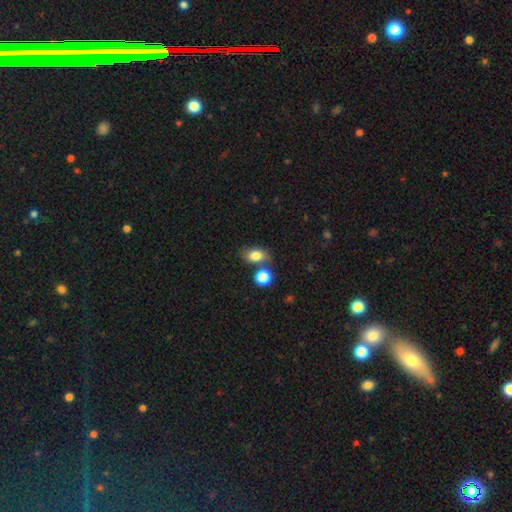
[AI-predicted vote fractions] Smooth or featured? Predicted: smooth (p=0.81). How rounded? Predicted: in between (p=0.76). Merging? Predicted: none (p=0.60).